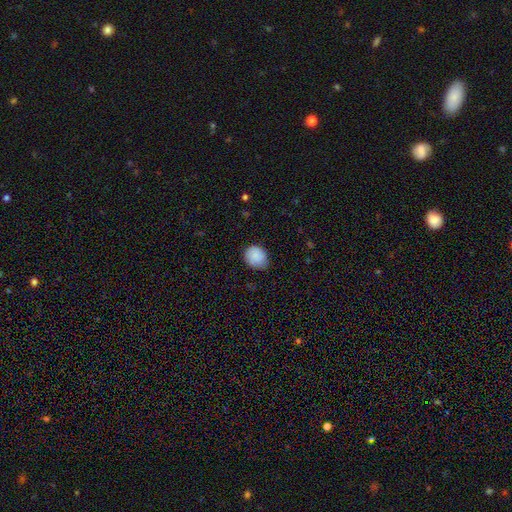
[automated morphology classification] This is clearly a smooth galaxy (87%). How rounded: likely round (61%). Merging: likely none (74%).